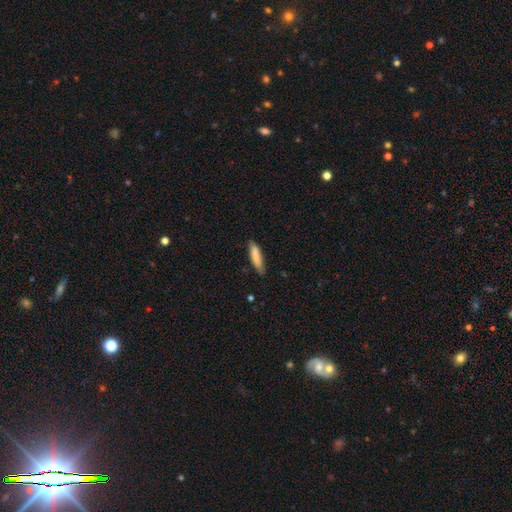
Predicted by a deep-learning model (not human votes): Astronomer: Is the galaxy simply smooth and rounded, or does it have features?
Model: smooth — 83%.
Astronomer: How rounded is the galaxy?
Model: cigar-shaped — 75%.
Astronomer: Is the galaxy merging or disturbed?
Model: none — 77%.